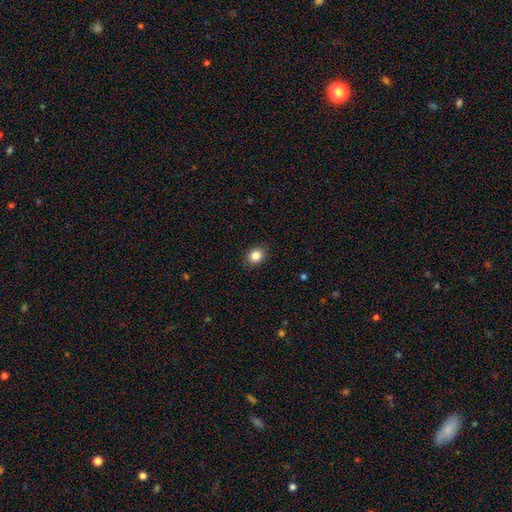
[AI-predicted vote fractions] Overall: smooth (85%). How rounded: round (63%; in between 36%). Merging: none (89%).